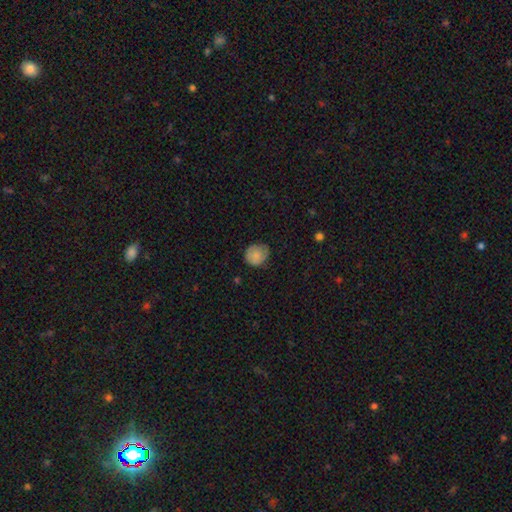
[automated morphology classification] type=smooth (78%); roundness=round (80%); merging=none (70%).